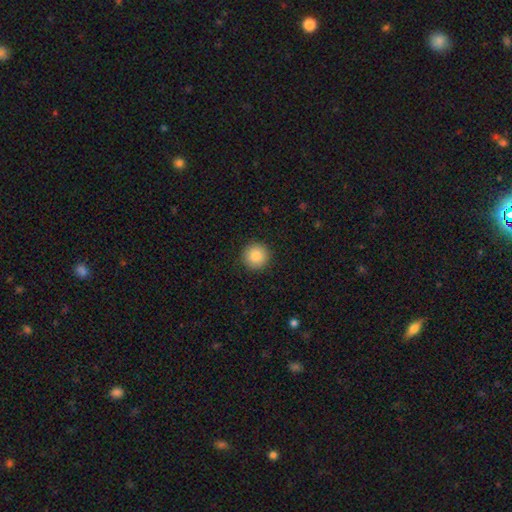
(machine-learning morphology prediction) This is clearly a smooth galaxy (86%). How rounded: clearly round (96%). Merging: clearly none (92%).